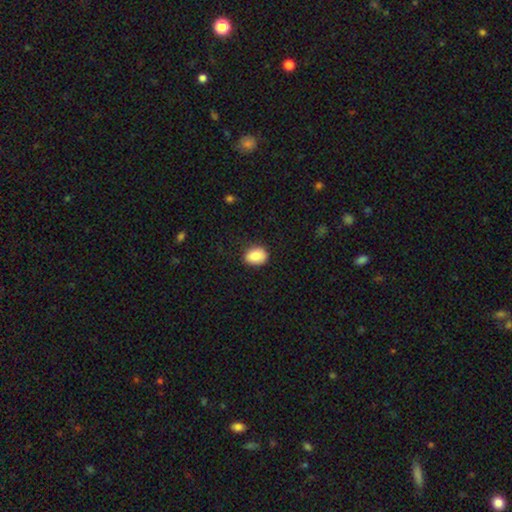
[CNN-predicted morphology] The model was most divided on "how rounded": in between: 60%, round: 39%, cigar-shaped: 1%. More confident: smooth or featured — smooth (86%); merging — none (83%).